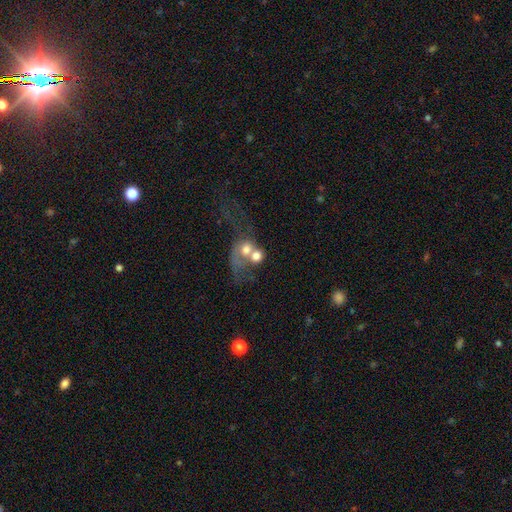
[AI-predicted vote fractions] Smooth or featured: smooth — 52% (featured or disk — 37%)
How rounded: round — 61% (in between — 37%)
Merging: merger — 68% (major disturbance — 16%)